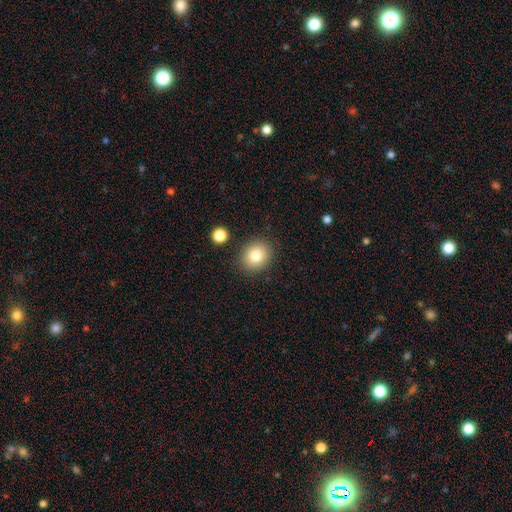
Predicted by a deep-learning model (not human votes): This appears to be a smooth galaxy with no disk features (81%) that is round (75%). Merging: none (87%).